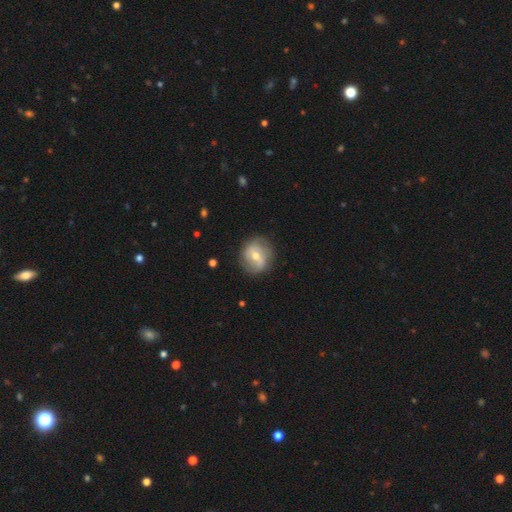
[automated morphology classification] A featured or disk galaxy (61%) with a weak bar (45%), spiral arms (77%) and a moderate central bulge (63%). Merging: none (79%).